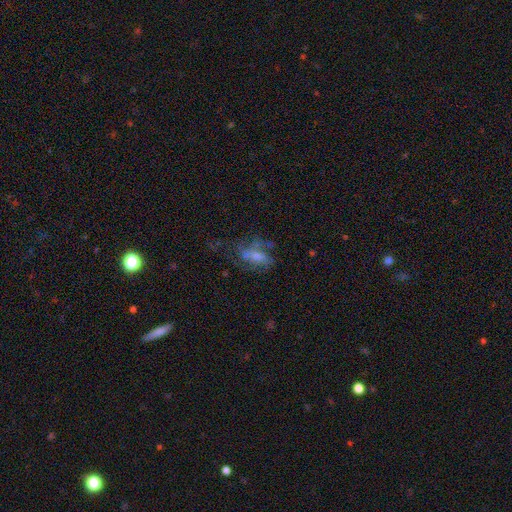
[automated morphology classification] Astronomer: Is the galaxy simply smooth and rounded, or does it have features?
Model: featured or disk — 53% (runner-up: smooth, 36%).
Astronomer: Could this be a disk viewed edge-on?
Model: no — 93%.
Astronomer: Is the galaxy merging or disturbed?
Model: none — 41% (runner-up: major disturbance, 33%).